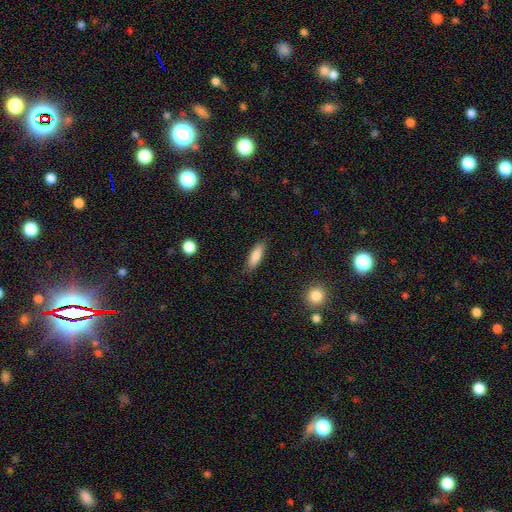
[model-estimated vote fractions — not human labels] The model was most divided on "how rounded": in between: 51%, cigar-shaped: 47%, round: 2%. More confident: merging — none (86%); smooth or featured — smooth (83%).